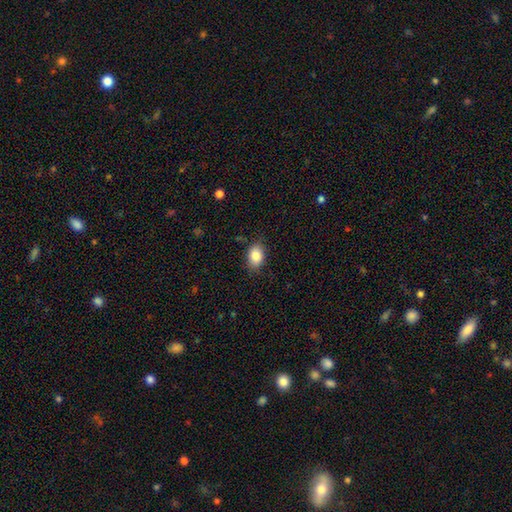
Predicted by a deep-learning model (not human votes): Smooth or featured?
  - smooth: 85% *
  - star or artifact: 8%
  - featured or disk: 7%
How rounded?
  - in between: 78% *
  - round: 21%
  - cigar-shaped: 1%
Merging?
  - none: 82% *
  - minor disturbance: 14%
  - major disturbance: 3%
  - merger: 1%